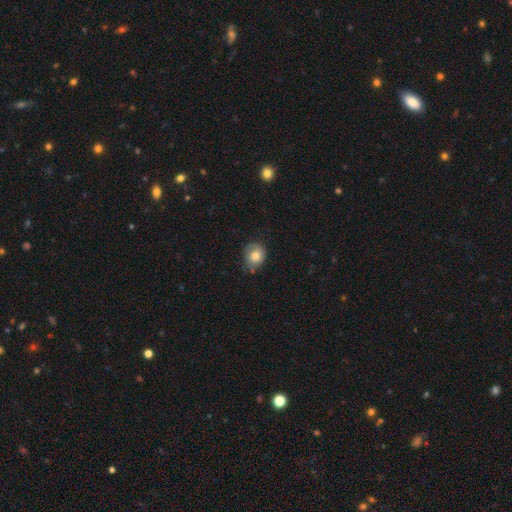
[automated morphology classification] The model was most divided on "how rounded": round: 67%, in between: 33%, cigar-shaped: 1%. More confident: smooth or featured — smooth (69%); merging — none (63%).